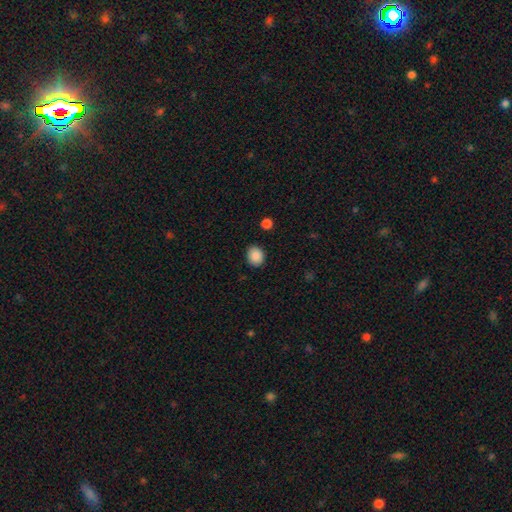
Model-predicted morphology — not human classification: Q: Smooth or featured?
A: smooth (89%); runner-up: star or artifact (8%)
Q: How rounded?
A: round (58%); runner-up: in between (42%)
Q: Merging?
A: none (88%); runner-up: minor disturbance (9%)